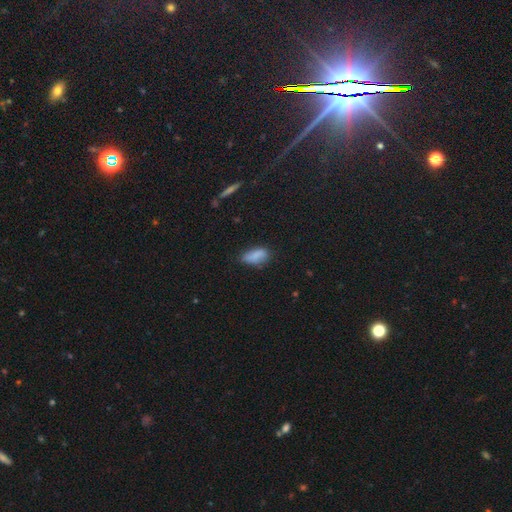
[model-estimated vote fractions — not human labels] Overall: smooth (81%). How rounded: in between (87%). Merging: none (58%; minor disturbance 32%).